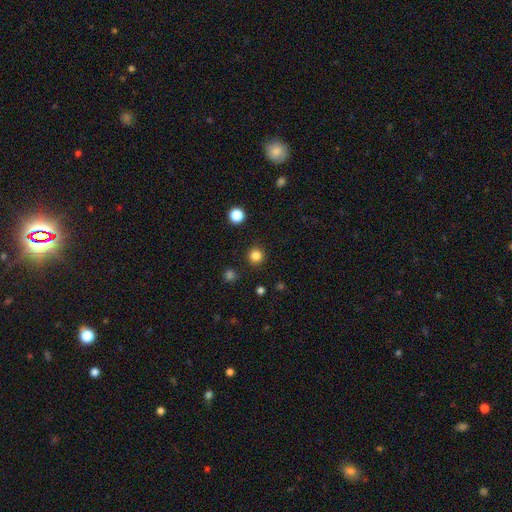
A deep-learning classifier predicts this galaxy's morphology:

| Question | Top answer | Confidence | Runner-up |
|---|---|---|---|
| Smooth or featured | smooth | 83% | star or artifact (13%) |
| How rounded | round | 95% | in between (4%) |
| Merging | none | 91% | minor disturbance (5%) |